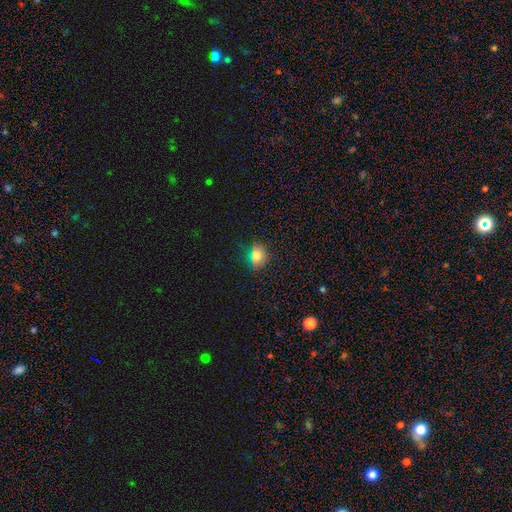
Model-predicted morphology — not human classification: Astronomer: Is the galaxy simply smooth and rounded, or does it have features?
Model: smooth — 75%.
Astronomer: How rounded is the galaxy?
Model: round — 65%.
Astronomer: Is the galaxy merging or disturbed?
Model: none — 83%.